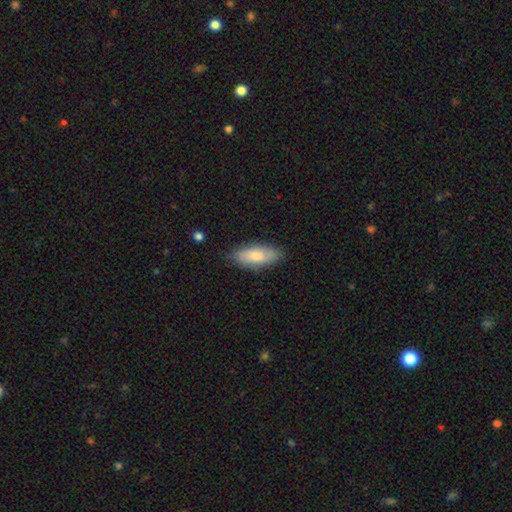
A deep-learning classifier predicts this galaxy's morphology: smooth-or-featured: smooth: 74% | featured or disk: 20% | star or artifact: 6%
  how-rounded: in between: 81% | cigar-shaped: 17% | round: 2%
  merging: none: 81% | minor disturbance: 15% | major disturbance: 3% | merger: 1%